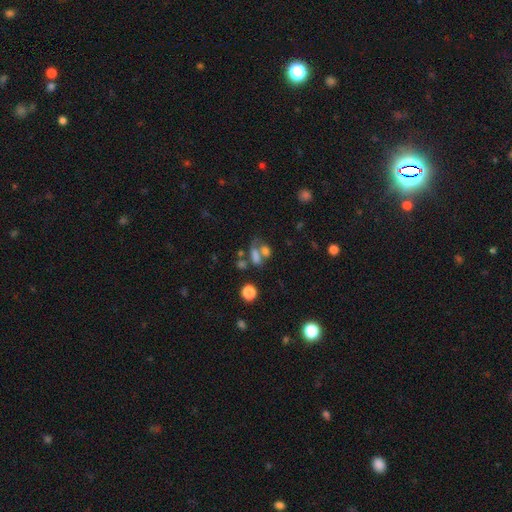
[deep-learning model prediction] Smooth or featured: smooth — 65% (star or artifact — 18%)
How rounded: in between — 70% (round — 23%)
Merging: merger — 45% (none — 31%)